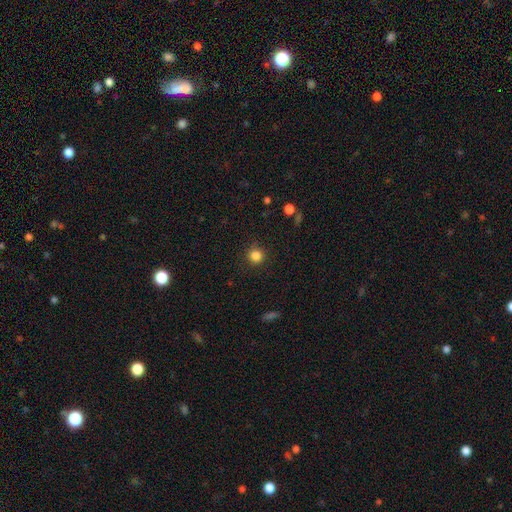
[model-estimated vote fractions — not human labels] A smooth galaxy with no disk features (84%) that is round (93%).

Vote fractions:
- Smooth or featured? smooth: 84% / star or artifact: 12% / featured or disk: 4%
- How rounded? round: 93% / in between: 6% / cigar-shaped: 1%
- Merging? none: 86% / minor disturbance: 9% / major disturbance: 3% / merger: 1%